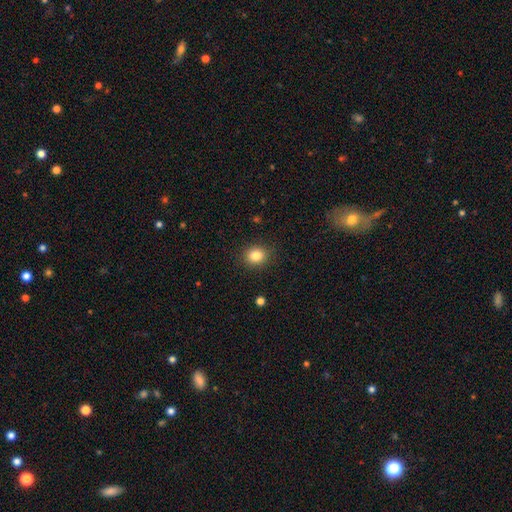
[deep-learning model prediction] This appears to be a smooth galaxy with no disk features (83%) that is round (76%). Merging: none (90%).